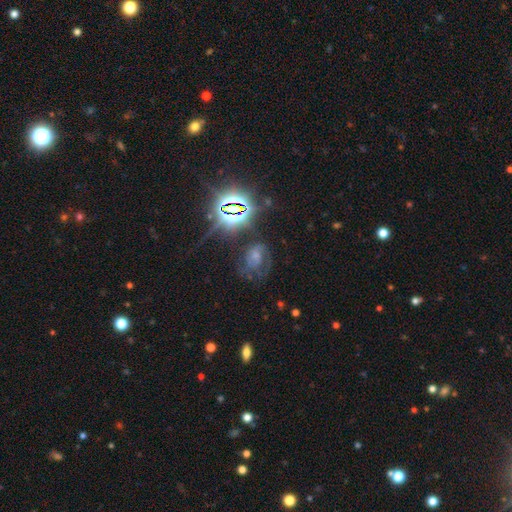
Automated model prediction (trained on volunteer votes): Smooth or featured: star or artifact — 51% (featured or disk — 34%)